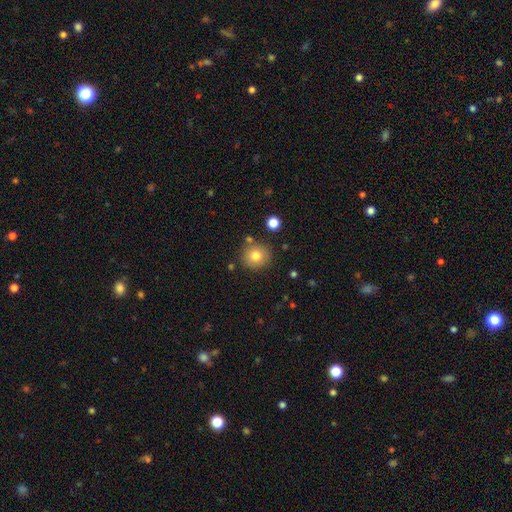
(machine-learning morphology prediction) This is likely a smooth galaxy (78%). How rounded: clearly round (91%). Merging: clearly none (83%).